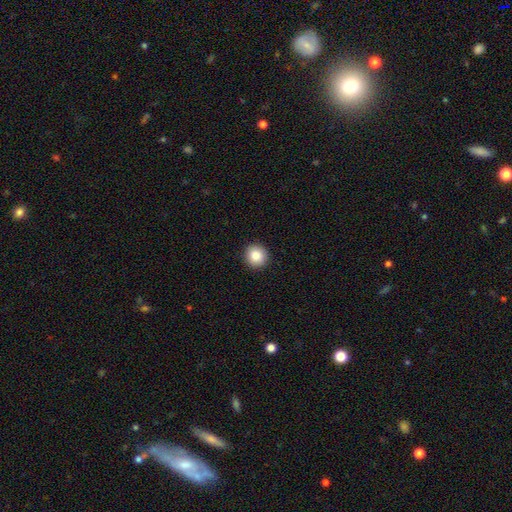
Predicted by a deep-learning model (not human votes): A smooth galaxy with no disk features (85%) that is round (94%).

Vote fractions:
- Smooth or featured? smooth: 85% / star or artifact: 9% / featured or disk: 6%
- How rounded? round: 94% / in between: 5% / cigar-shaped: 1%
- Merging? none: 93% / minor disturbance: 5% / major disturbance: 2% / merger: 1%